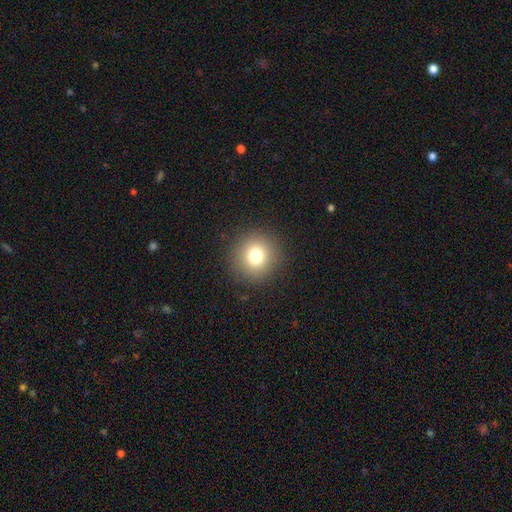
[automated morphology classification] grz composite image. It shows a smooth galaxy with no disk features (78%) that is round (94%). Merging: none (91%).